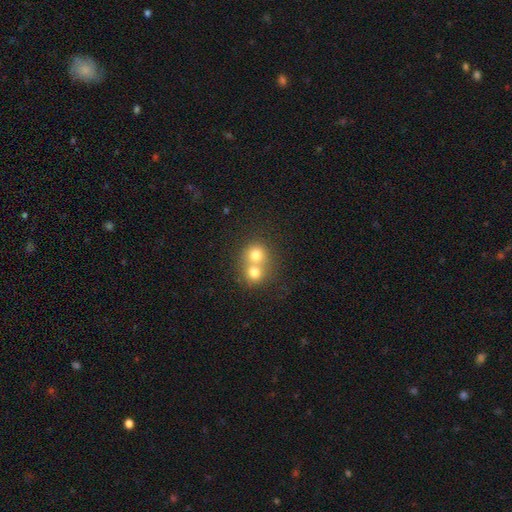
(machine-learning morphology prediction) This appears to be a smooth galaxy with no disk features (71%) that is round (83%). Merging: merger (64%).